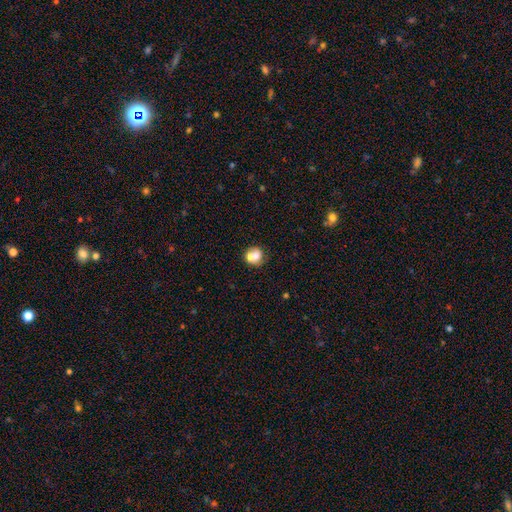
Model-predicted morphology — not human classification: type=smooth (70%); roundness=round (75%); merging=merger (49%).